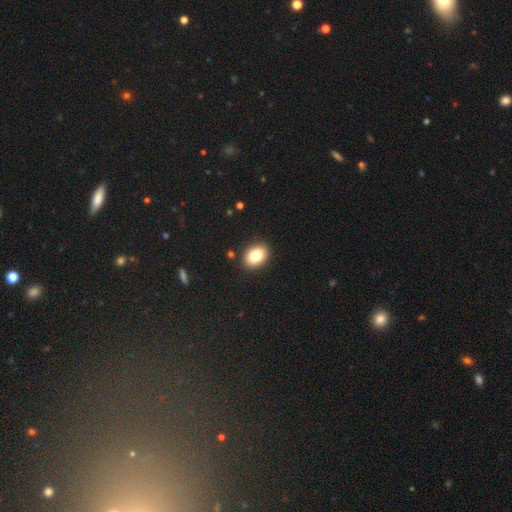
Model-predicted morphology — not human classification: This is clearly a smooth galaxy (84%). How rounded: likely in between (74%). Merging: clearly none (89%).